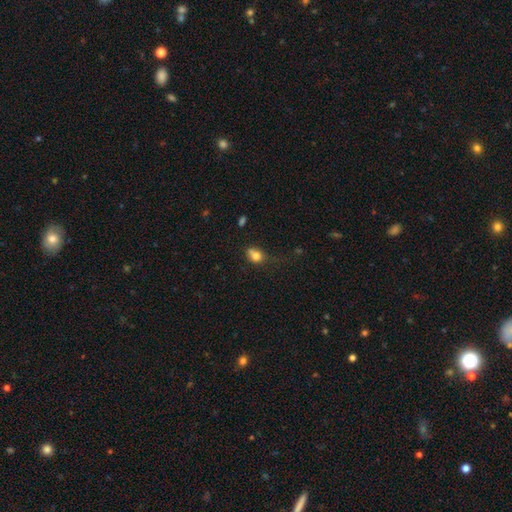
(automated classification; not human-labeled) A smooth galaxy with no disk features (77%) that is in between round and cigar-shaped (53%).

Vote fractions:
- Smooth or featured? smooth: 77% / featured or disk: 12% / star or artifact: 11%
- How rounded? in between: 53% / round: 45% / cigar-shaped: 2%
- Merging? none: 35% / minor disturbance: 30% / merger: 18% / major disturbance: 16%